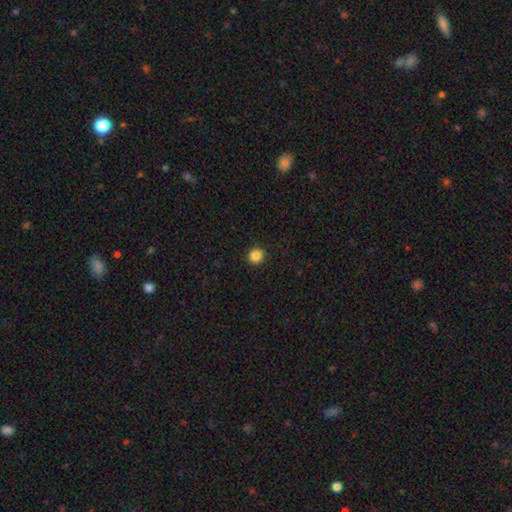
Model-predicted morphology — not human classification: smooth 86%, star or artifact 11%, featured or disk 3%. Down the decision tree: how rounded — round (94%); merging — none (93%).